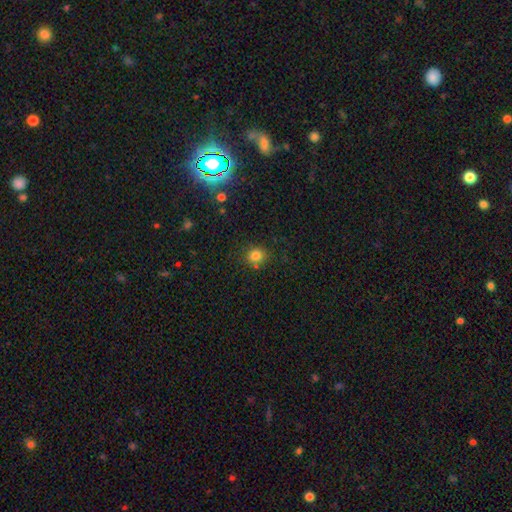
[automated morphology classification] Smooth or featured? smooth (81%)
How rounded? round (79%)
Merging? none (79%)